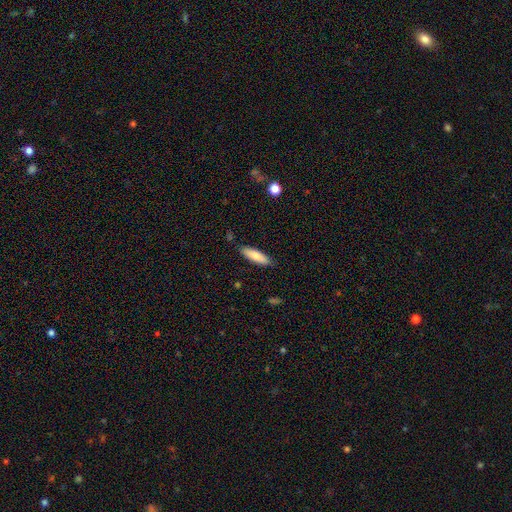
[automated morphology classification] type=smooth (81%); roundness=cigar-shaped (59%); merging=none (86%).